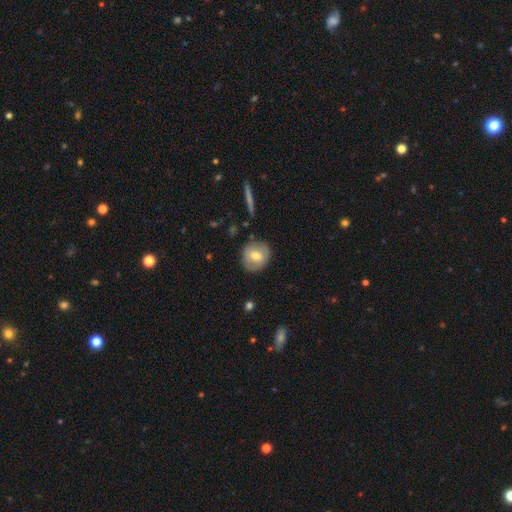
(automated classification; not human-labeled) Q: Smooth or featured?
A: smooth (65%); runner-up: featured or disk (27%)
Q: How rounded?
A: round (85%); runner-up: in between (14%)
Q: Merging?
A: none (83%); runner-up: minor disturbance (12%)